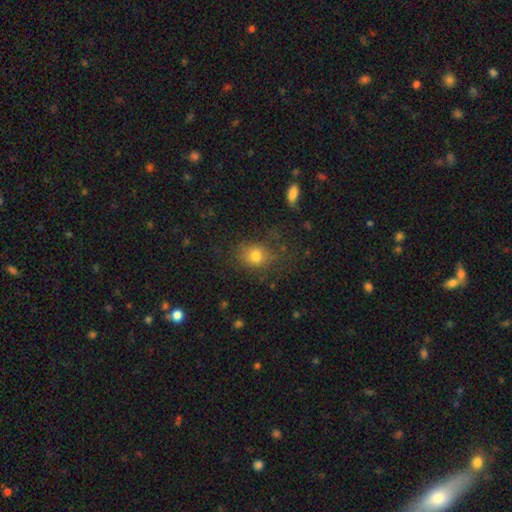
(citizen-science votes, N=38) smooth_or_featured: smooth (p=0.84) [alt: featured or disk p=0.08]
how_rounded: round (p=0.66) [alt: in between p=0.34]
merging: none (p=0.74) [alt: minor disturbance p=0.17]